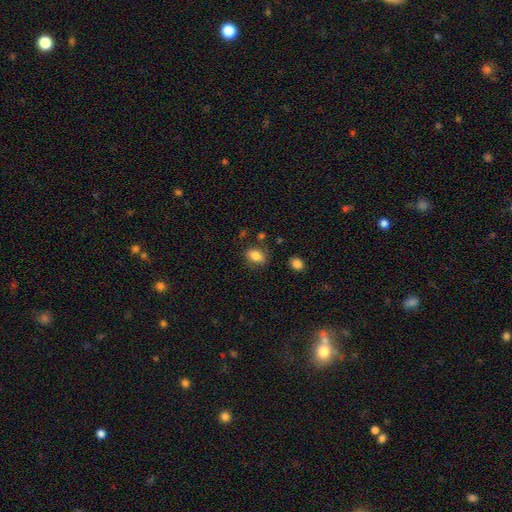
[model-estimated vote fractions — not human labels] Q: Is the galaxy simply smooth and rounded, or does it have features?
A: smooth — 84%.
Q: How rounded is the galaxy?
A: in between — 79%.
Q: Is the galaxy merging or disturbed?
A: none — 78%.